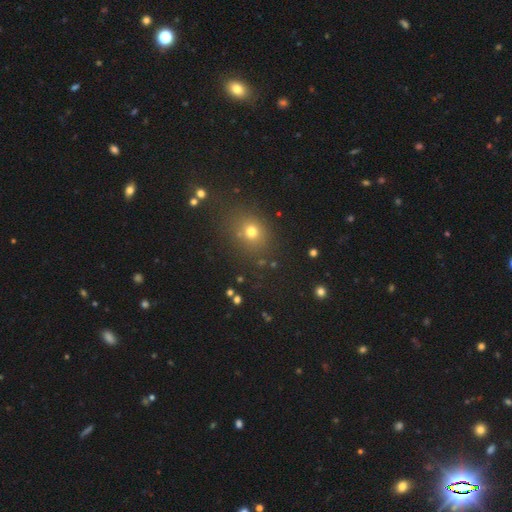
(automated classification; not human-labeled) Smooth or featured?
  - smooth: 55% *
  - star or artifact: 36%
  - featured or disk: 9%
How rounded?
  - round: 66% *
  - in between: 32%
  - cigar-shaped: 2%
Merging?
  - none: 85% *
  - minor disturbance: 9%
  - major disturbance: 3%
  - merger: 3%